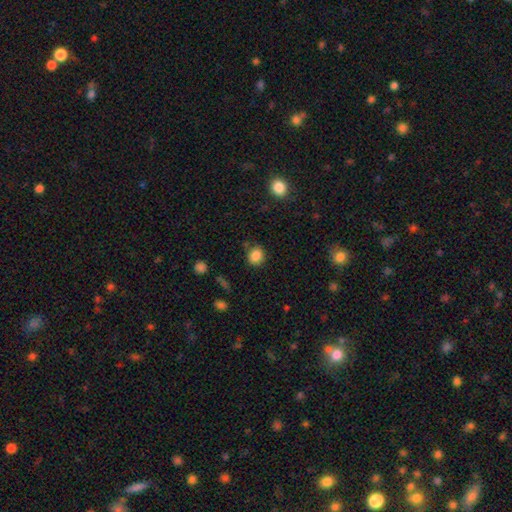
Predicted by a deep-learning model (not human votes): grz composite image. It shows a smooth galaxy with no disk features (85%) that is round (77%). Merging: none (83%).